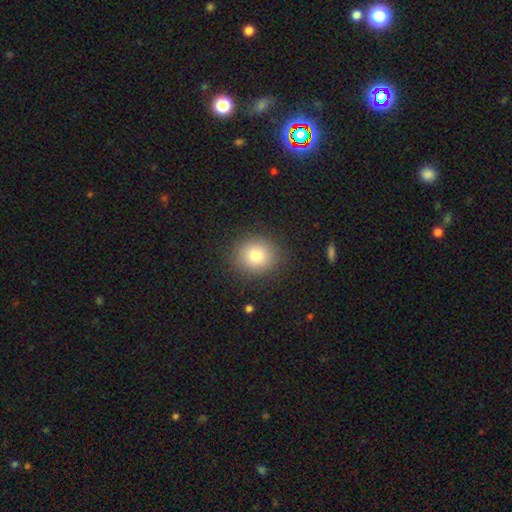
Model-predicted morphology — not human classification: Smooth or featured?
  - smooth: 81% *
  - star or artifact: 11%
  - featured or disk: 8%
How rounded?
  - round: 83% *
  - in between: 16%
  - cigar-shaped: 1%
Merging?
  - none: 89% *
  - minor disturbance: 8%
  - major disturbance: 3%
  - merger: 1%